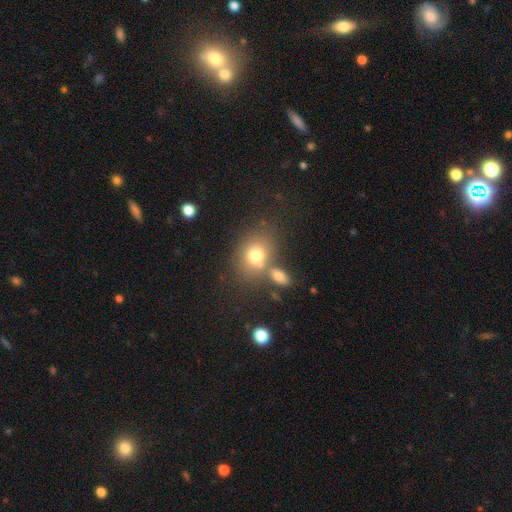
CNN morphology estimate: smooth-or-featured: smooth: 74% | featured or disk: 14% | star or artifact: 12%
  how-rounded: in between: 51% | round: 47% | cigar-shaped: 1%
  merging: none: 54% | merger: 27% | minor disturbance: 13% | major disturbance: 6%